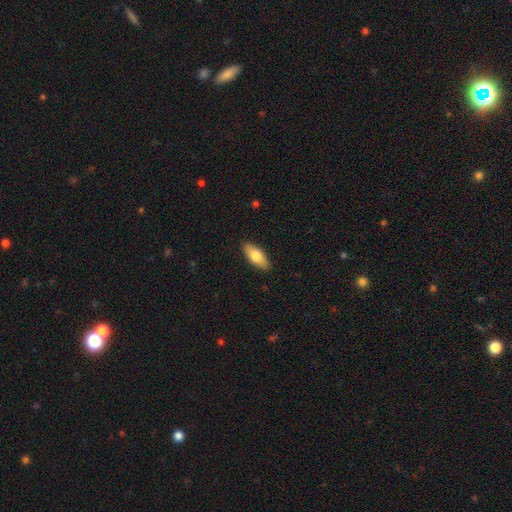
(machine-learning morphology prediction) Smooth or featured? Predicted: smooth (p=0.76). How rounded? Predicted: in between (p=0.80). Merging? Predicted: none (p=0.89).